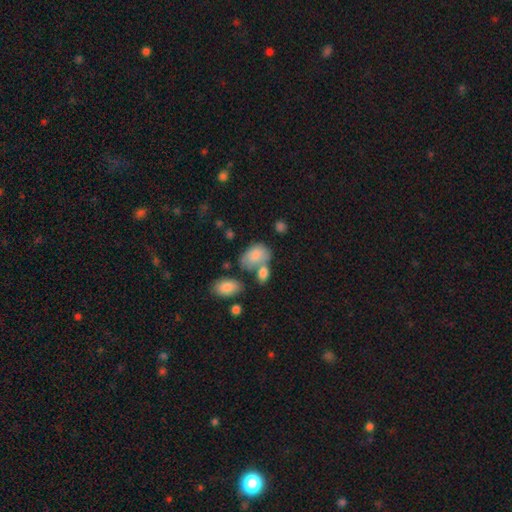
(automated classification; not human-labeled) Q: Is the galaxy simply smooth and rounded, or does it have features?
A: smooth — 79%.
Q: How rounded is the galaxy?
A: in between — 86%.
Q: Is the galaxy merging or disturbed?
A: none — 39%.